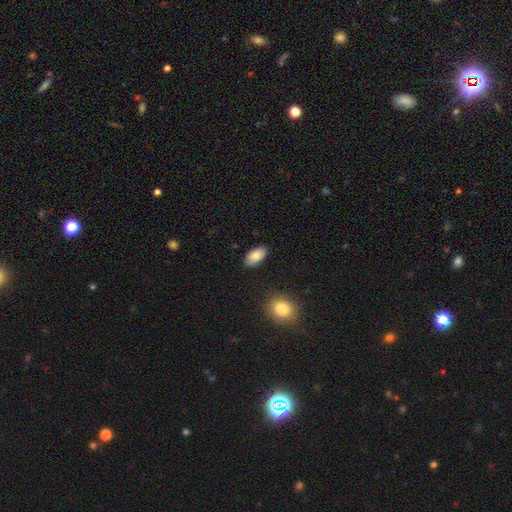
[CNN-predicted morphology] A smooth galaxy with no disk features (87%) that is in between round and cigar-shaped (94%).

Vote fractions:
- Smooth or featured? smooth: 87% / star or artifact: 6% / featured or disk: 6%
- How rounded? in between: 94% / round: 3% / cigar-shaped: 3%
- Merging? none: 86% / minor disturbance: 10% / major disturbance: 2% / merger: 2%